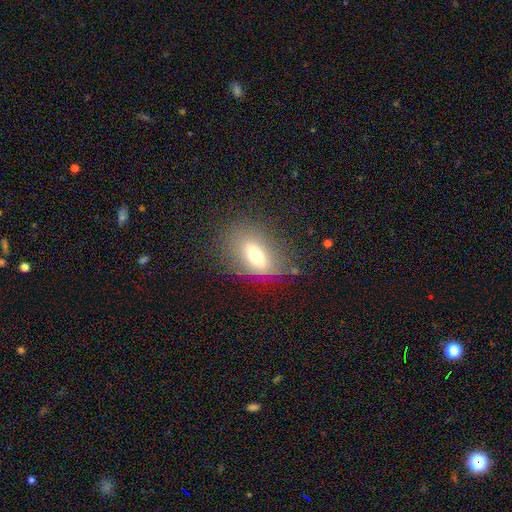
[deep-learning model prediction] Smooth or featured?
  - smooth: 54% *
  - featured or disk: 33%
  - star or artifact: 13%
How rounded?
  - in between: 77% *
  - round: 13%
  - cigar-shaped: 11%
Merging?
  - none: 73% *
  - minor disturbance: 17%
  - major disturbance: 8%
  - merger: 2%